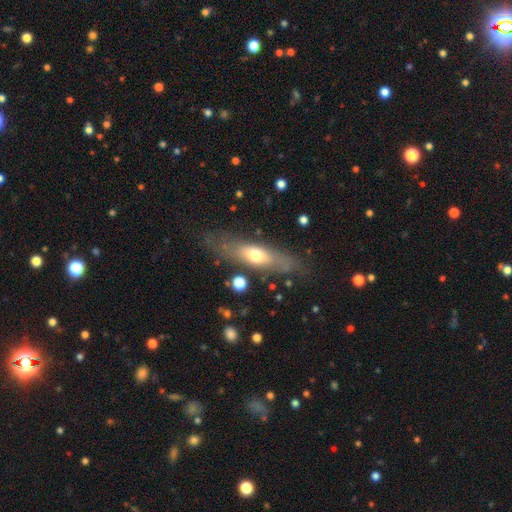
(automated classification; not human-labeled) smooth-or-featured: smooth: 49% | featured or disk: 44% | star or artifact: 7%
  merging: none: 71% | minor disturbance: 17% | major disturbance: 9% | merger: 3%